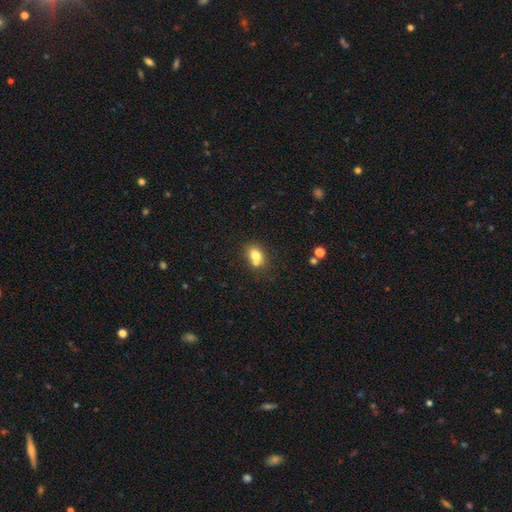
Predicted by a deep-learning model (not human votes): Overall: smooth (76%). How rounded: in between (65%; round 34%). Merging: none (51%; merger 32%).